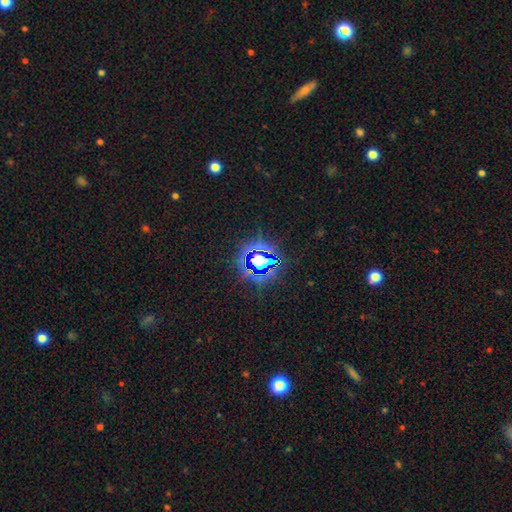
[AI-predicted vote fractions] Overall: star or artifact (72%).